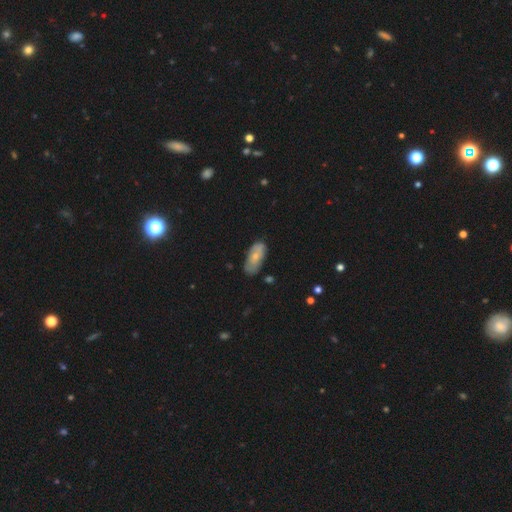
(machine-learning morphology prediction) A smooth galaxy with no disk features (62%) that is in between round and cigar-shaped (87%).

Vote fractions:
- Smooth or featured? smooth: 62% / featured or disk: 32% / star or artifact: 6%
- How rounded? in between: 87% / cigar-shaped: 11% / round: 3%
- Merging? none: 69% / minor disturbance: 24% / major disturbance: 5% / merger: 2%